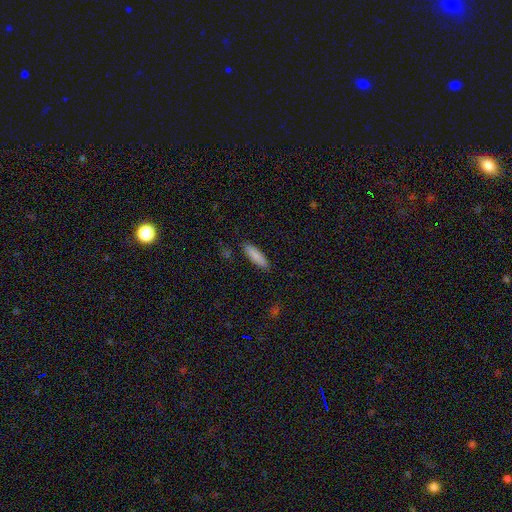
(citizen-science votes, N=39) Smooth or featured? smooth (79%)
How rounded? cigar-shaped (71%)
Merging? none (86%)